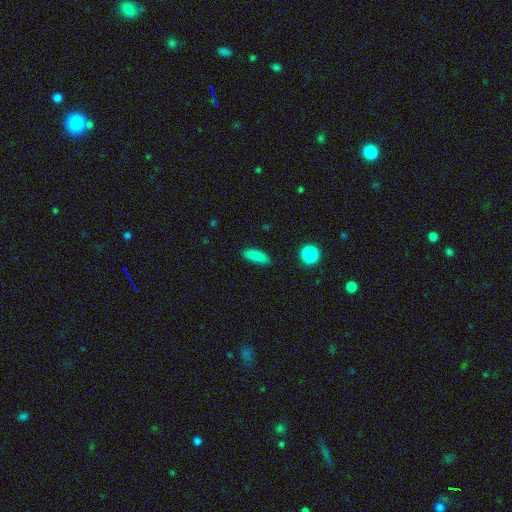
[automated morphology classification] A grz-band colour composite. It shows a smooth galaxy with no disk features (84%) that is in between round and cigar-shaped (55%). Merging: none (82%).